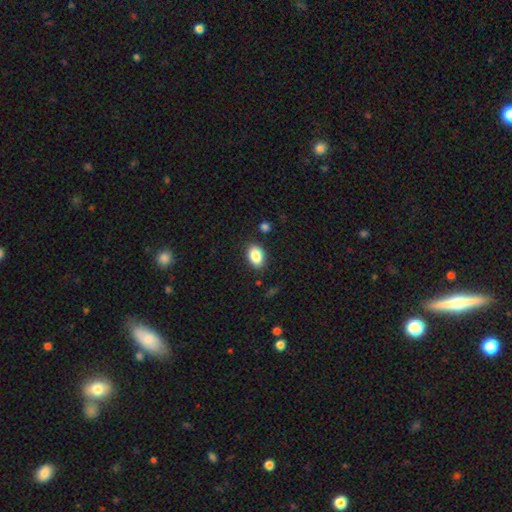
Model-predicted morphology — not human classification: Q: Smooth or featured?
A: smooth (87%); runner-up: star or artifact (8%)
Q: How rounded?
A: in between (85%); runner-up: round (13%)
Q: Merging?
A: none (85%); runner-up: minor disturbance (10%)